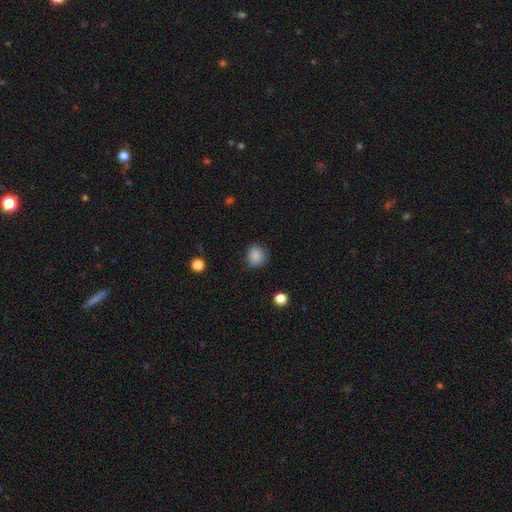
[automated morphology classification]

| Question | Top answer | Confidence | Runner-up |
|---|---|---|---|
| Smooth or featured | smooth | 86% | star or artifact (10%) |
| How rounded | round | 79% | in between (20%) |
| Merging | none | 82% | minor disturbance (14%) |